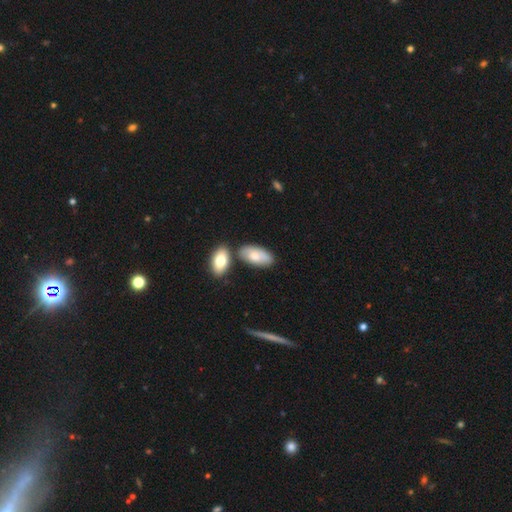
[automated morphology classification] The model was most divided on "merging": none: 63%, merger: 17%, minor disturbance: 16%, major disturbance: 4%. More confident: how rounded — in between (93%); smooth or featured — smooth (71%).